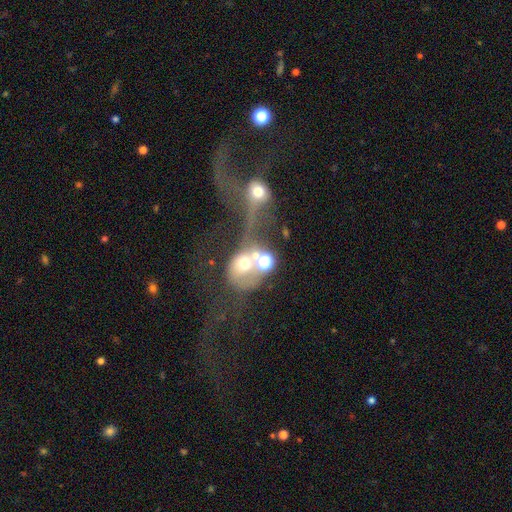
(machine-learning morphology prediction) The model was most divided on "smooth or featured": smooth: 47%, featured or disk: 33%, star or artifact: 20%. More confident: merging — merger (56%).